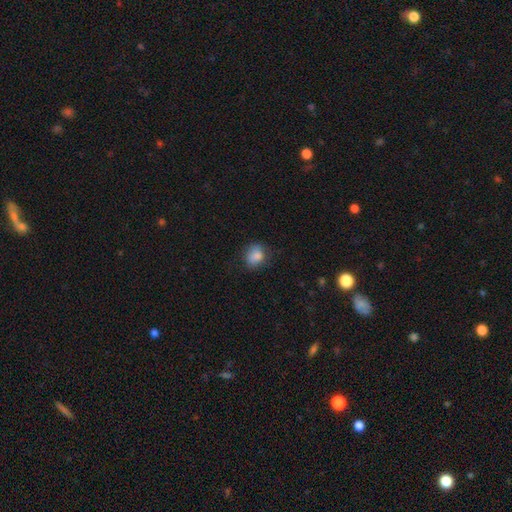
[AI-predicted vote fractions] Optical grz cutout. It shows a smooth galaxy with no disk features (84%) that is round (55%). Merging: none (71%).